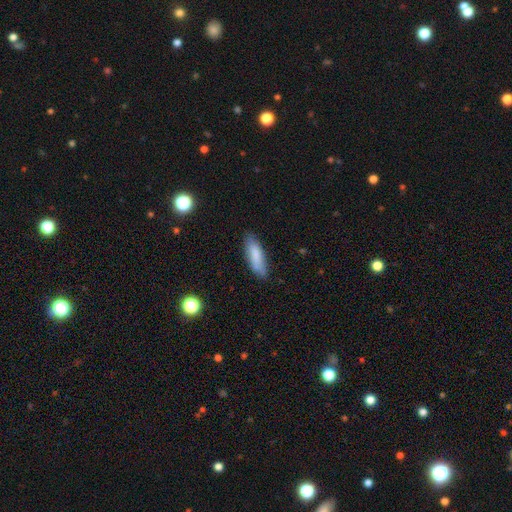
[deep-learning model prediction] A smooth galaxy with no disk features (80%) that is in between round and cigar-shaped (51%).

Vote fractions:
- Smooth or featured? smooth: 80% / featured or disk: 14% / star or artifact: 7%
- How rounded? in between: 51% / cigar-shaped: 48% / round: 2%
- Merging? none: 76% / minor disturbance: 19% / major disturbance: 4% / merger: 2%